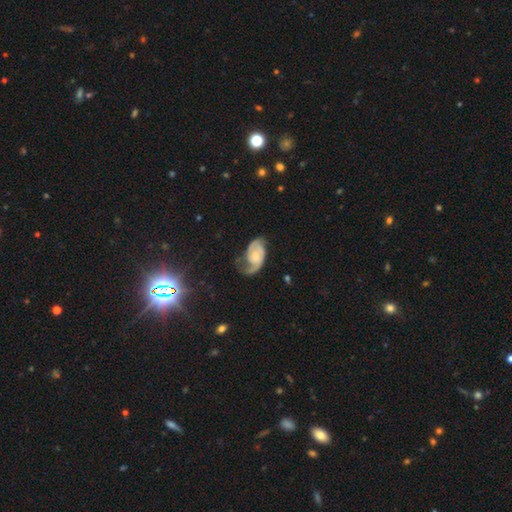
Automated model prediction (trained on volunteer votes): Smooth or featured? Predicted: featured or disk (p=0.75). Edge-on disk? Predicted: no (p=0.97). Bar? Predicted: no (p=0.68). Spiral arms? Predicted: yes (p=0.91). Spiral winding? Predicted: medium (p=0.41). Spiral arm count? Predicted: 2 (p=0.58). Bulge size? Predicted: small (p=0.49). Merging? Predicted: none (p=0.41).